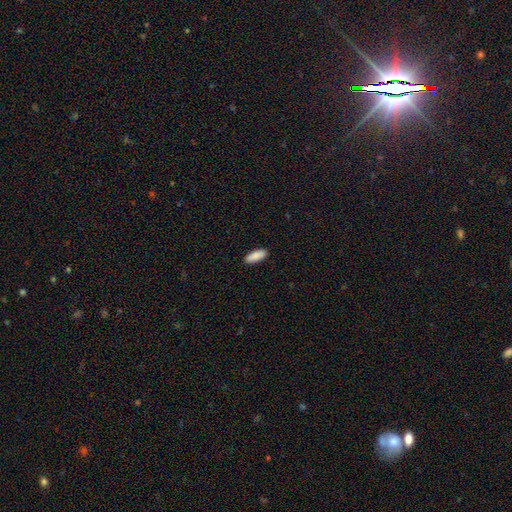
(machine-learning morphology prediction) smooth_or_featured: smooth (p=0.89) [alt: star or artifact p=0.06]
how_rounded: in between (p=0.77) [alt: cigar-shaped p=0.21]
merging: none (p=0.90) [alt: minor disturbance p=0.07]